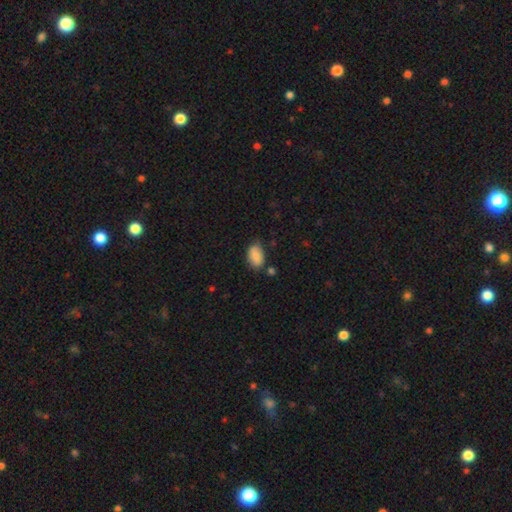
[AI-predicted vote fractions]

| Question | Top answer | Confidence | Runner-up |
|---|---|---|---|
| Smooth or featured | smooth | 87% | star or artifact (7%) |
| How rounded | in between | 91% | round (7%) |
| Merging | none | 72% | minor disturbance (20%) |